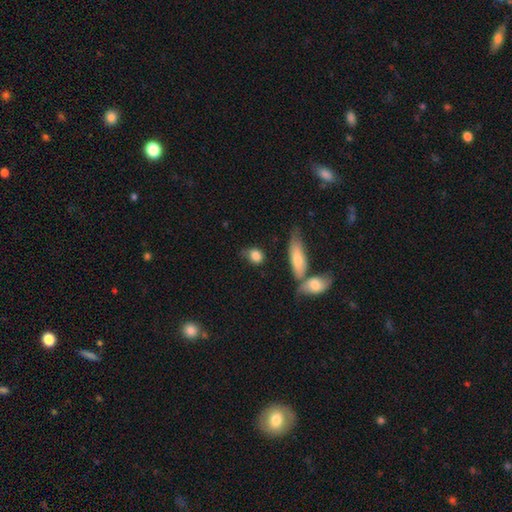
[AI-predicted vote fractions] Smooth or featured: smooth — 82% (featured or disk — 11%)
How rounded: round — 48% (in between — 46%)
Merging: none — 50% (minor disturbance — 27%)